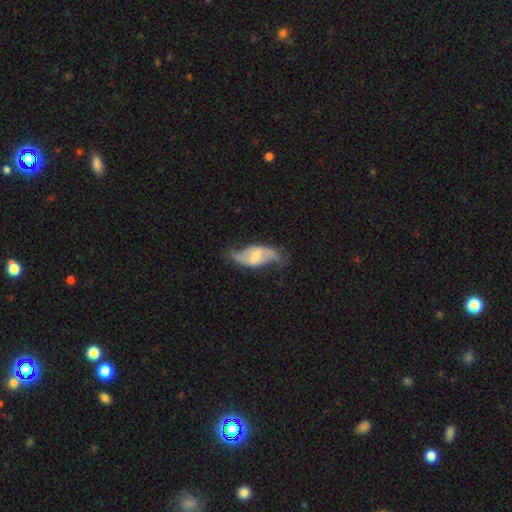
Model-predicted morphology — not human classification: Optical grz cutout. It shows a featured or disk galaxy (75%) with a weak bar (48%), 2 (89%) loose (70%) spiral arms (88%) and a small central bulge (44%). Merging: none (63%).